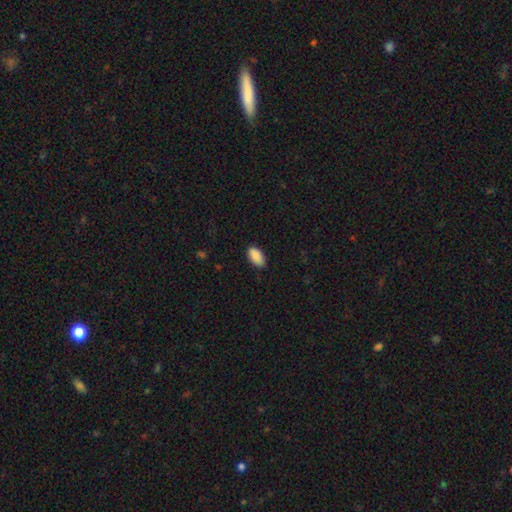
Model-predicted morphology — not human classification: Q: Smooth or featured?
A: smooth (89%); runner-up: star or artifact (7%)
Q: How rounded?
A: in between (94%); runner-up: round (3%)
Q: Merging?
A: none (83%); runner-up: minor disturbance (14%)